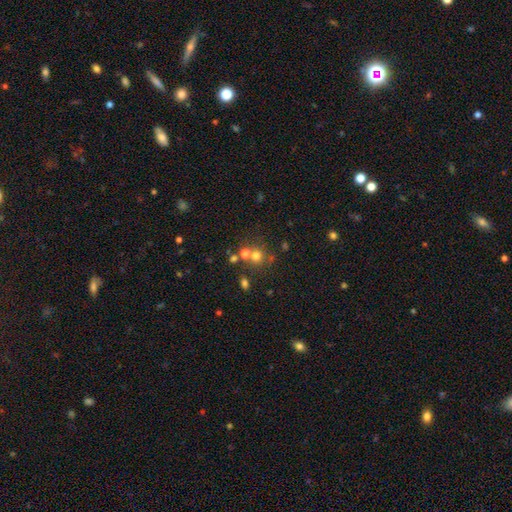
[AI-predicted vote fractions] Smooth or featured?
  - smooth: 66% *
  - star or artifact: 21%
  - featured or disk: 13%
How rounded?
  - round: 86% *
  - in between: 13%
  - cigar-shaped: 1%
Merging?
  - none: 58% *
  - merger: 30%
  - minor disturbance: 8%
  - major disturbance: 5%